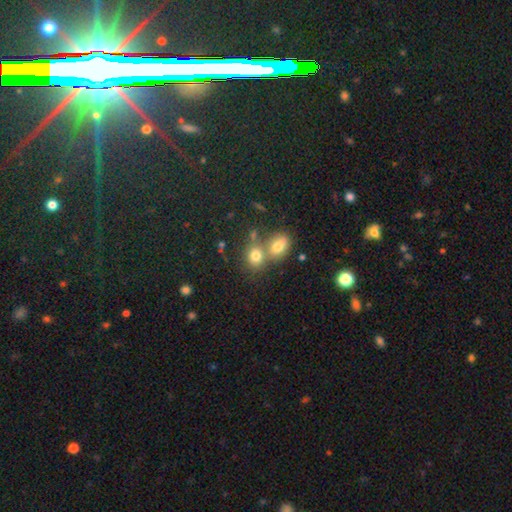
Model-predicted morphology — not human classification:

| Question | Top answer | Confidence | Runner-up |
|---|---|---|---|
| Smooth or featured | smooth | 77% | star or artifact (13%) |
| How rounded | round | 54% | in between (45%) |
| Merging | merger | 46% | none (42%) |